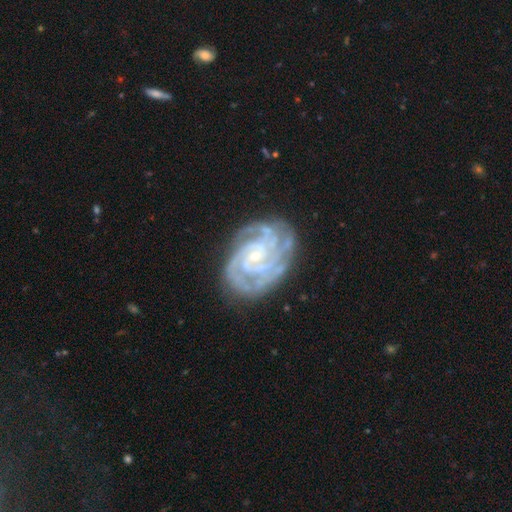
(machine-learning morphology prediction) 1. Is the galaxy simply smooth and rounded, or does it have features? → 91% featured or disk, 5% star or artifact, 4% smooth.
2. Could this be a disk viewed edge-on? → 98% no, 2% yes.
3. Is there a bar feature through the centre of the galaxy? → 59% no, 30% weak, 10% strong.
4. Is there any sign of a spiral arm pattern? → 98% yes, 2% no.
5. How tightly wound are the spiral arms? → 76% tight, 21% medium, 3% loose.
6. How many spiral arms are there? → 30% 3, 23% 4, 17% 2, 16% can't tell, 8% more than 4, 6% 1.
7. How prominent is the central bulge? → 79% small, 16% moderate, 3% none, 1% large, 1% dominant.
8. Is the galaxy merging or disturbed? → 75% none, 17% minor disturbance, 6% major disturbance, 2% merger.